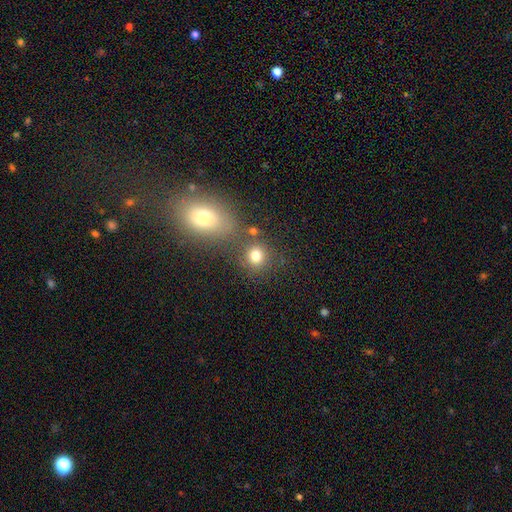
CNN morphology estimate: type=smooth (78%); roundness=round (83%); merging=none (68%).